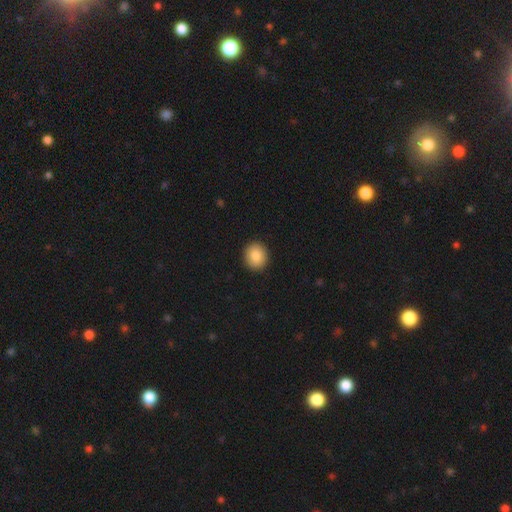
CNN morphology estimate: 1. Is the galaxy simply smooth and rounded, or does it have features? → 86% smooth, 8% star or artifact, 6% featured or disk.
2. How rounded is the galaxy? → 80% round, 19% in between, 1% cigar-shaped.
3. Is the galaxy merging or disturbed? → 92% none, 5% minor disturbance, 2% major disturbance, 1% merger.